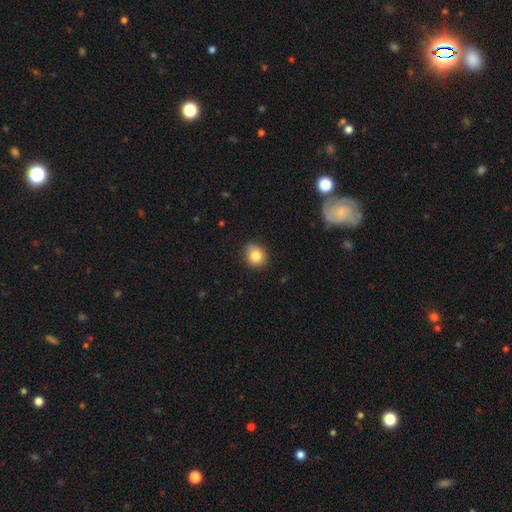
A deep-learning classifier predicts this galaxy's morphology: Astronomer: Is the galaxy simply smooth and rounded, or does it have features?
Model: smooth — 83%.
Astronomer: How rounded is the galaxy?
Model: round — 72%.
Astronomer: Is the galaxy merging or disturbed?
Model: none — 79%.